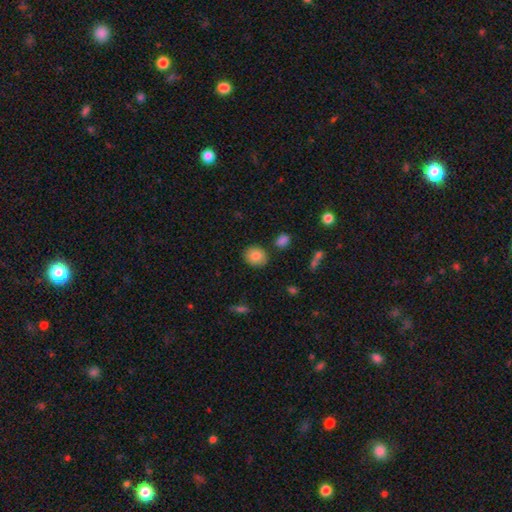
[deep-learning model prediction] smooth_or_featured: smooth (p=0.82) [alt: featured or disk p=0.09]
how_rounded: round (p=0.64) [alt: in between p=0.35]
merging: none (p=0.84) [alt: minor disturbance p=0.10]